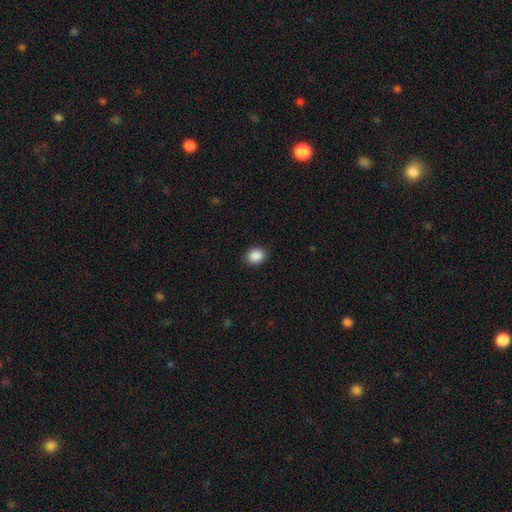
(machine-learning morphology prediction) This appears to be a smooth galaxy with no disk features (89%) that is round (56%). Merging: none (89%).